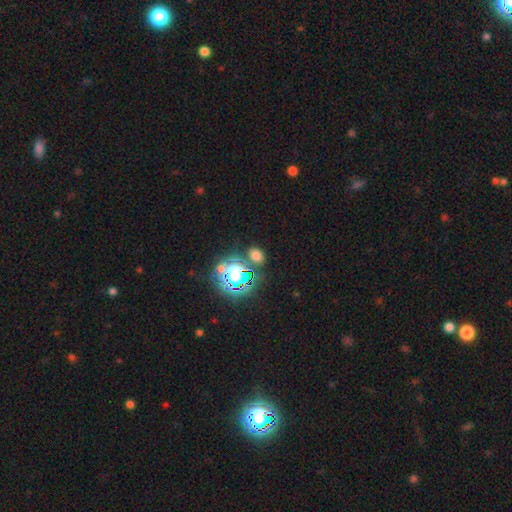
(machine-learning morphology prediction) A smooth galaxy with no disk features (57%) that is in between round and cigar-shaped (58%).

Vote fractions:
- Smooth or featured? smooth: 57% / star or artifact: 34% / featured or disk: 9%
- How rounded? in between: 58% / round: 41% / cigar-shaped: 2%
- Merging? none: 76% / minor disturbance: 11% / merger: 9% / major disturbance: 5%